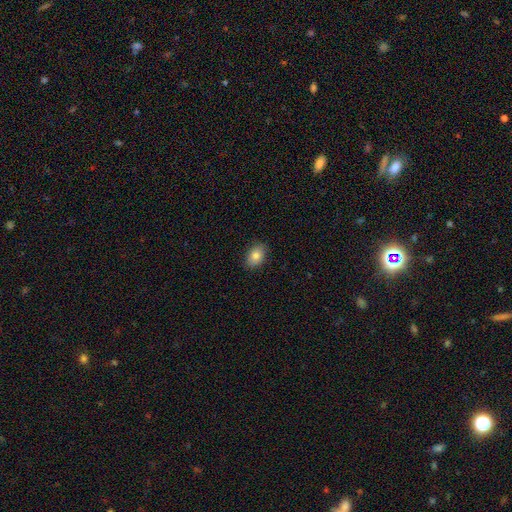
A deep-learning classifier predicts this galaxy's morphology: smooth_or_featured: smooth (p=0.84) [alt: star or artifact p=0.08]
how_rounded: in between (p=0.83) [alt: round p=0.16]
merging: none (p=0.88) [alt: minor disturbance p=0.09]